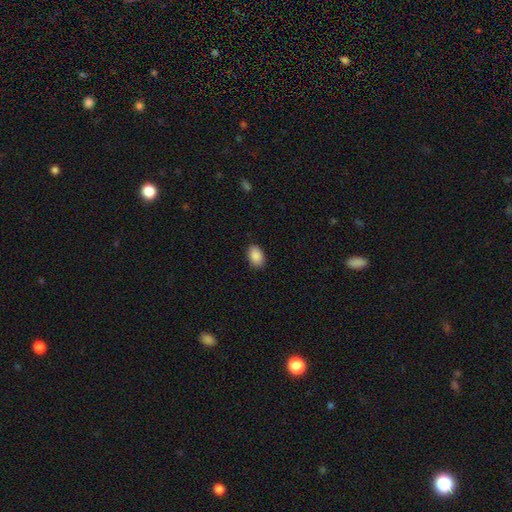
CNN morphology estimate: This appears to be a smooth galaxy with no disk features (90%) that is in between round and cigar-shaped (89%). Merging: none (88%).